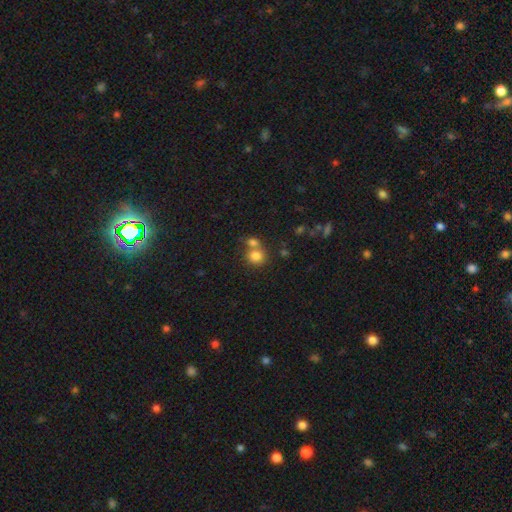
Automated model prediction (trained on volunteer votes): A smooth galaxy with no disk features (80%) that is round (77%). Merging: merger (45%).